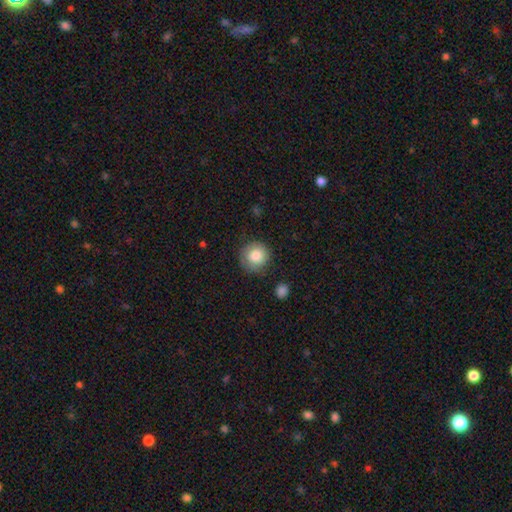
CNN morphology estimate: A smooth galaxy with no disk features (84%) that is round (93%).

Vote fractions:
- Smooth or featured? smooth: 84% / featured or disk: 8% / star or artifact: 8%
- How rounded? round: 93% / in between: 6% / cigar-shaped: 1%
- Merging? none: 78% / minor disturbance: 15% / major disturbance: 5% / merger: 2%